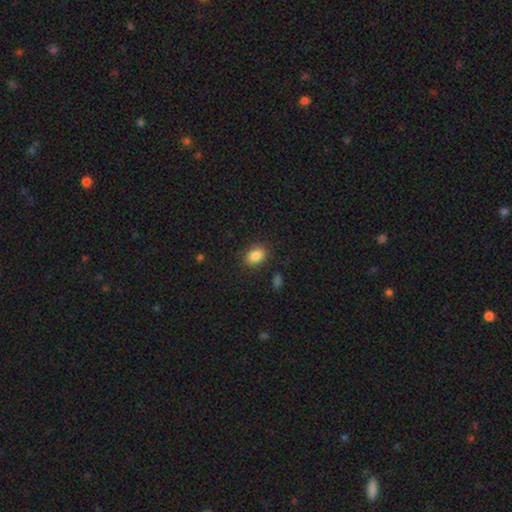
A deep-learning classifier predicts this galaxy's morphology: Q: Smooth or featured?
A: smooth (85%); runner-up: star or artifact (9%)
Q: How rounded?
A: in between (78%); runner-up: round (20%)
Q: Merging?
A: none (85%); runner-up: minor disturbance (11%)